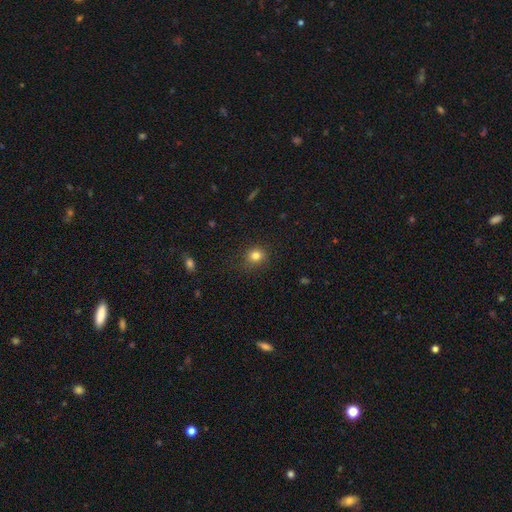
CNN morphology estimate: Q: Smooth or featured?
A: smooth (81%); runner-up: star or artifact (13%)
Q: How rounded?
A: round (84%); runner-up: in between (15%)
Q: Merging?
A: none (82%); runner-up: minor disturbance (13%)